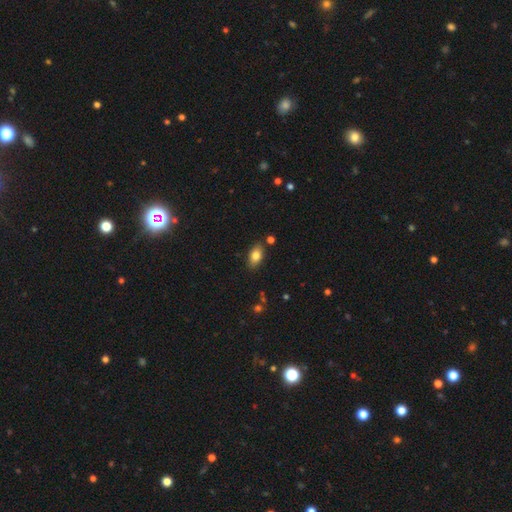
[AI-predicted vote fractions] This appears to be a smooth galaxy with no disk features (81%) that is in between round and cigar-shaped (89%). Merging: none (82%).